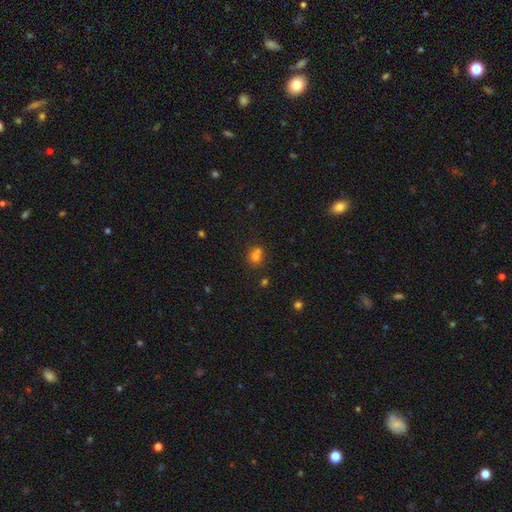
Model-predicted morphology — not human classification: Q: Smooth or featured?
A: smooth (70%); runner-up: star or artifact (17%)
Q: How rounded?
A: round (75%); runner-up: in between (24%)
Q: Merging?
A: none (44%); runner-up: merger (41%)